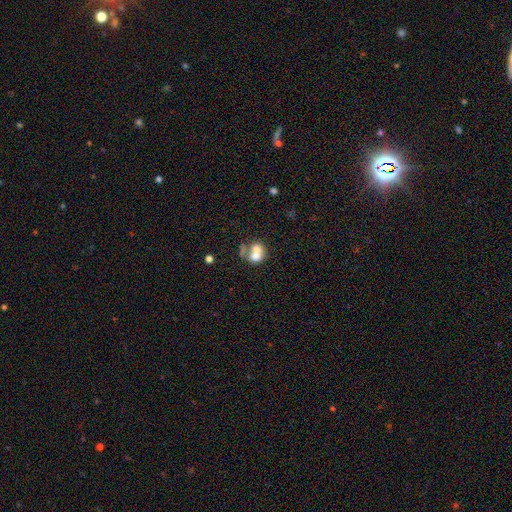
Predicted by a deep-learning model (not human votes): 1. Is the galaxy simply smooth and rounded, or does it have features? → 61% smooth, 28% featured or disk, 10% star or artifact.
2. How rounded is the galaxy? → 59% round, 40% in between, 1% cigar-shaped.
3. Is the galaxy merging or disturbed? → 66% merger, 21% none, 7% minor disturbance, 6% major disturbance.